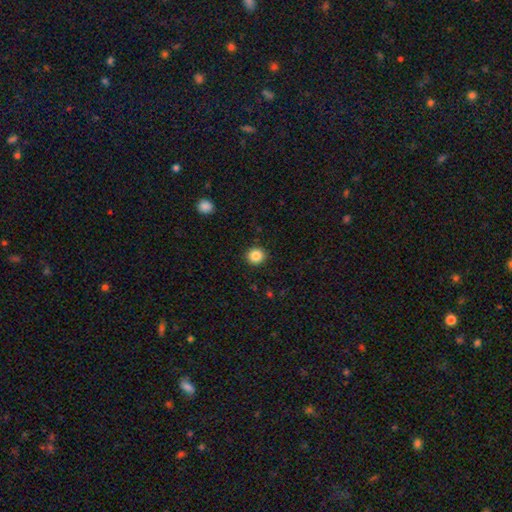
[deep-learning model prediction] Morphology: type=smooth (86%); roundness=round (91%); merging=none (92%).